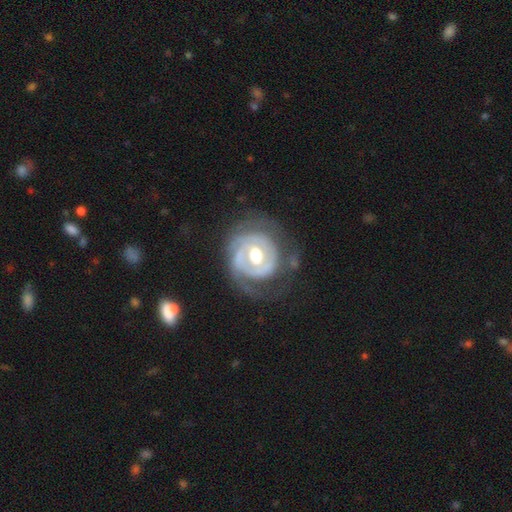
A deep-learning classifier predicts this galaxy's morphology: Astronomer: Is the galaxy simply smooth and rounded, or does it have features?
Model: featured or disk — 84%.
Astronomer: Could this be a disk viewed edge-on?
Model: no — 98%.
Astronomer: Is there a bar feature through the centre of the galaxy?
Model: no — 47% (runner-up: weak, 38%).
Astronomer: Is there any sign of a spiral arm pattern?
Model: yes — 86%.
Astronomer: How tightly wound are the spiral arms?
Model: tight — 67%.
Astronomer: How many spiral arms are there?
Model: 2 — 40% (runner-up: can't tell, 27%).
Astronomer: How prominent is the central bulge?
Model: moderate — 73%.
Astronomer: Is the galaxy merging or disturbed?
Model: none — 60%.